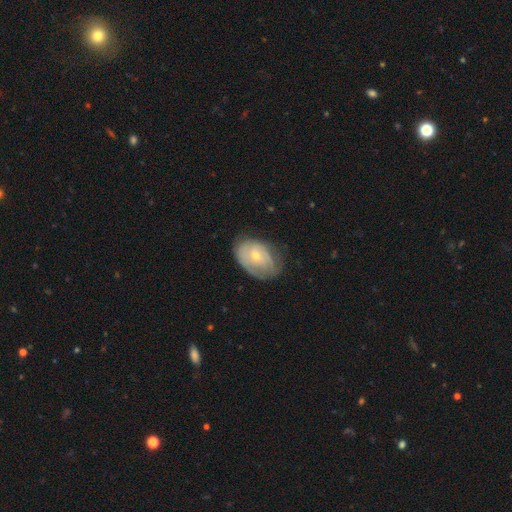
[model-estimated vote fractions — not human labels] smooth-or-featured: featured or disk: 58% | smooth: 36% | star or artifact: 7%
  disk-edge-on: no: 95% | yes: 5%
    bar: no: 75% | weak: 21% | strong: 4%
    has-spiral-arms: yes: 67% | no: 33%
    bulge-size: small: 60% | moderate: 37% | large: 1% | none: 1% | dominant: 1%
  merging: none: 57% | minor disturbance: 30% | major disturbance: 12% | merger: 1%